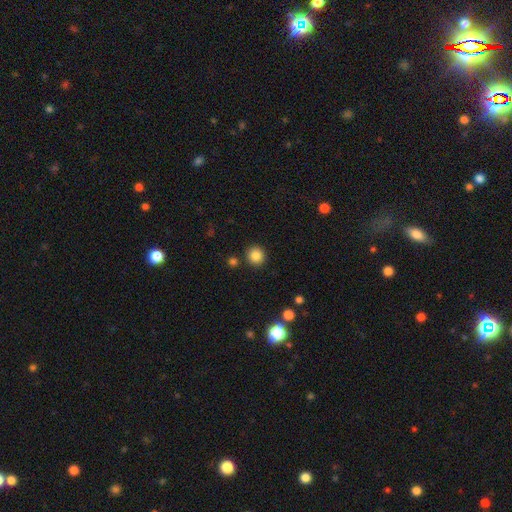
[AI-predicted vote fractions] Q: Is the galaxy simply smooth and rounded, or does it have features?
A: smooth — 84%.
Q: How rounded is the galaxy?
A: round — 93%.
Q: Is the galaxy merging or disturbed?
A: none — 89%.